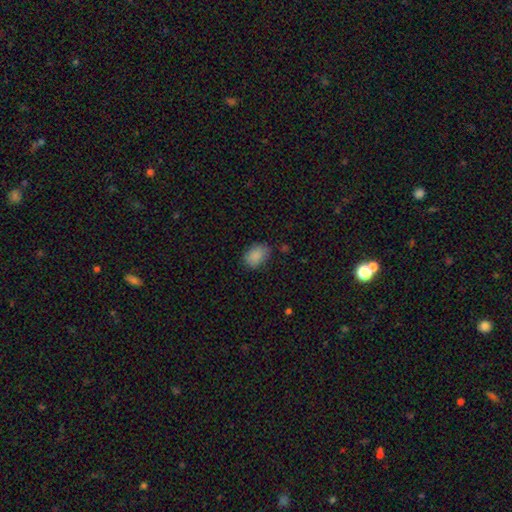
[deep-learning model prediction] Morphology: type=smooth (87%); roundness=in between (74%); merging=none (75%).